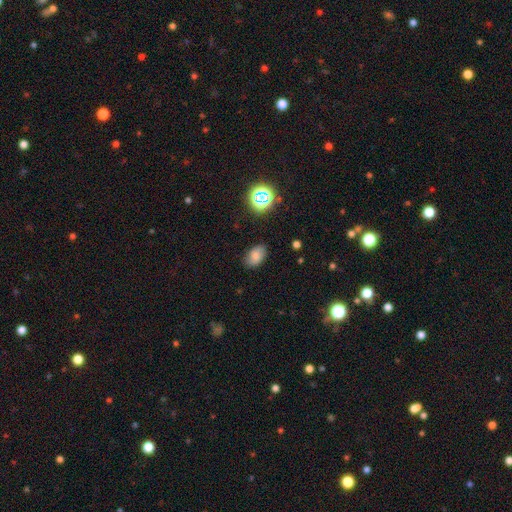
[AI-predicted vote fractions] Smooth or featured? smooth (75%)
How rounded? in between (86%)
Merging? none (79%)